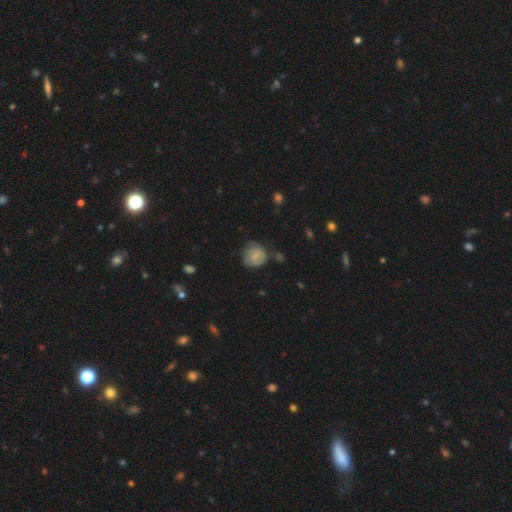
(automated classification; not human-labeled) Smooth or featured? Predicted: smooth (p=0.60). How rounded? Predicted: round (p=0.80). Merging? Predicted: none (p=0.58).